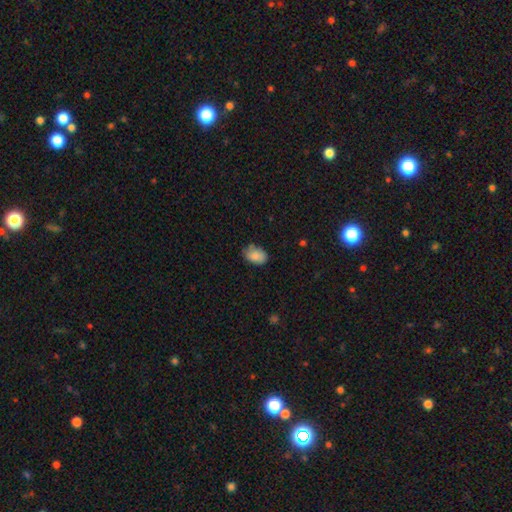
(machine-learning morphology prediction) Smooth or featured? smooth (86%)
How rounded? in between (85%)
Merging? none (71%)